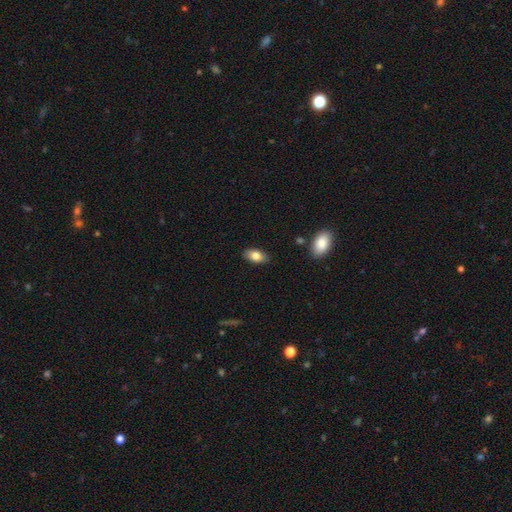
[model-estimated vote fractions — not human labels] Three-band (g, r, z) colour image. It shows a smooth galaxy with no disk features (80%) that is in between round and cigar-shaped (91%). Merging: none (87%).